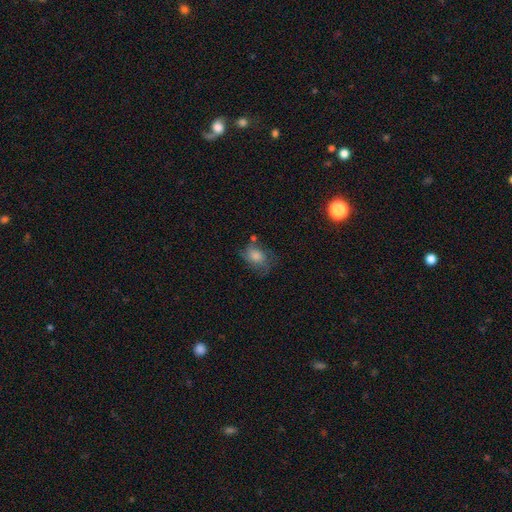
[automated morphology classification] A smooth galaxy with no disk features (48%). Merging: none (54%).